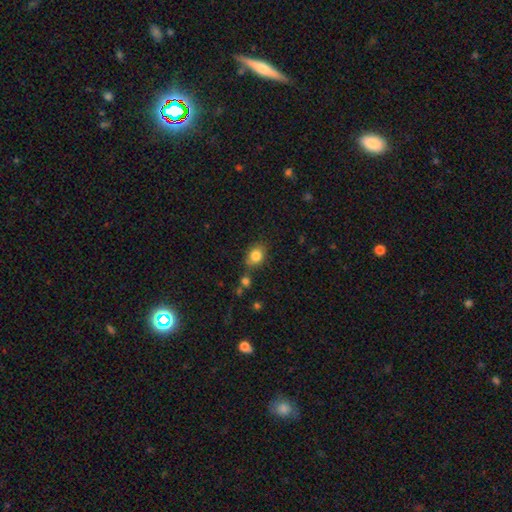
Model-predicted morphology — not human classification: This is clearly a smooth galaxy (83%). How rounded: possibly round (52%). Merging: likely none (71%).